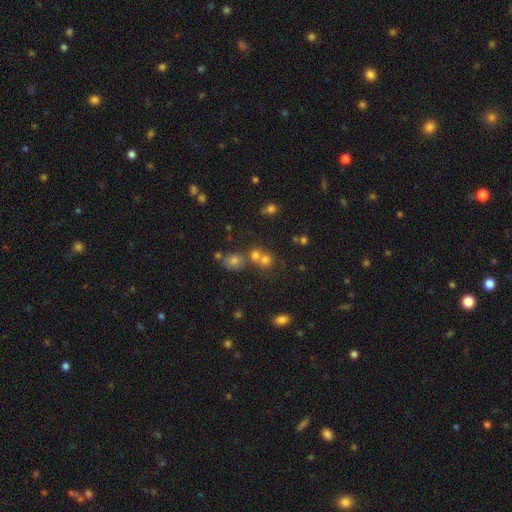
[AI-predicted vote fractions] This appears to be a smooth galaxy with no disk features (59%) that is round (82%). Merging: none (53%).